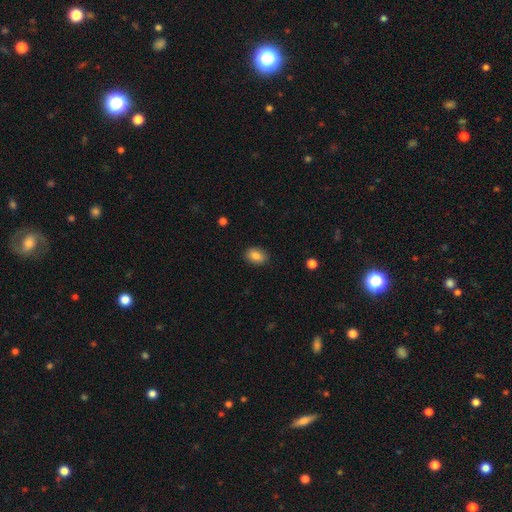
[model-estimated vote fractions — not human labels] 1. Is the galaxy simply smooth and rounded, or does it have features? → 86% smooth, 8% star or artifact, 6% featured or disk.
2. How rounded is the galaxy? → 78% in between, 21% round, 1% cigar-shaped.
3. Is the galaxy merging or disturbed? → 87% none, 9% minor disturbance, 2% major disturbance, 1% merger.